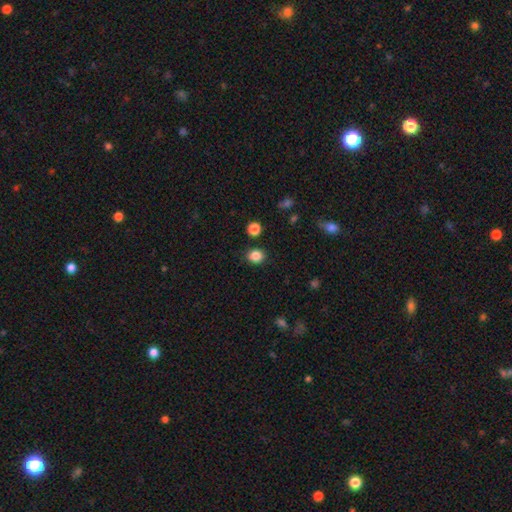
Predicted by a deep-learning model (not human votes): Smooth or featured? smooth (85%)
How rounded? round (74%)
Merging? none (86%)